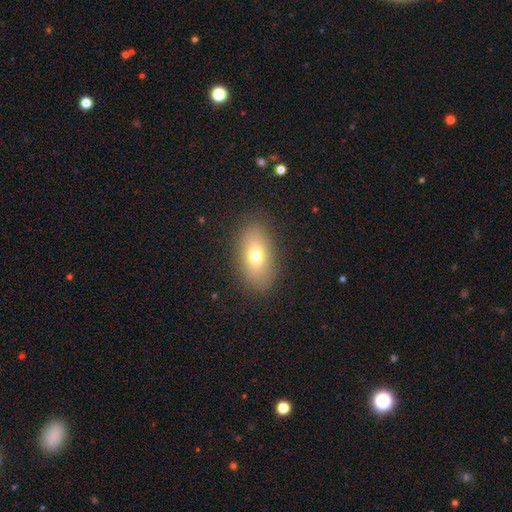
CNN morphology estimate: This appears to be a smooth galaxy with no disk features (71%) that is in between round and cigar-shaped (87%). Merging: none (86%).